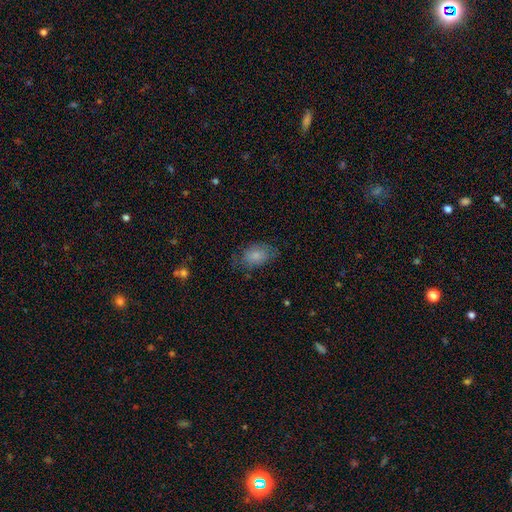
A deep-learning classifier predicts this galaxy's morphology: Smooth or featured?
  - smooth: 78% *
  - featured or disk: 14%
  - star or artifact: 8%
How rounded?
  - in between: 88% *
  - round: 11%
  - cigar-shaped: 2%
Merging?
  - none: 64% *
  - minor disturbance: 25%
  - major disturbance: 10%
  - merger: 1%